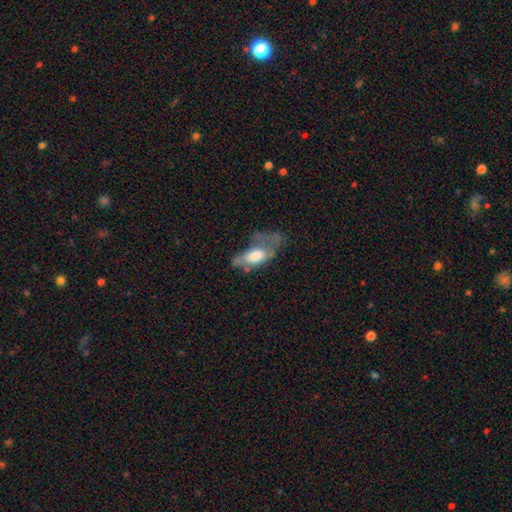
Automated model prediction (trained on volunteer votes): Smooth or featured? Predicted: smooth (p=0.58). How rounded? Predicted: in between (p=0.84). Merging? Predicted: major disturbance (p=0.47).